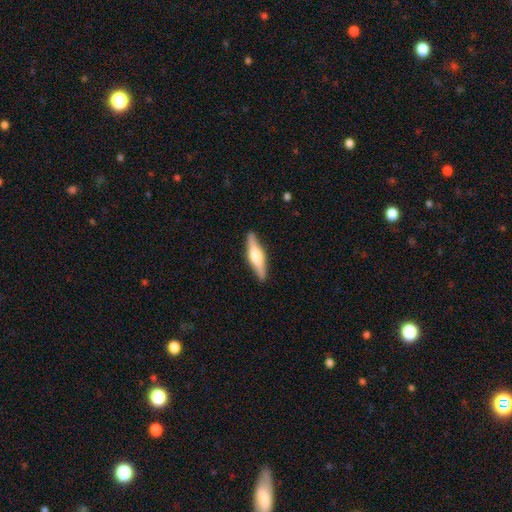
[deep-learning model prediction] Smooth or featured: featured or disk — 60% (smooth — 35%)
Edge-on disk: yes — 95% (no — 5%)
Edge-on bulge: rounded — 84% (boxy — 12%)
Merging: none — 89% (minor disturbance — 8%)